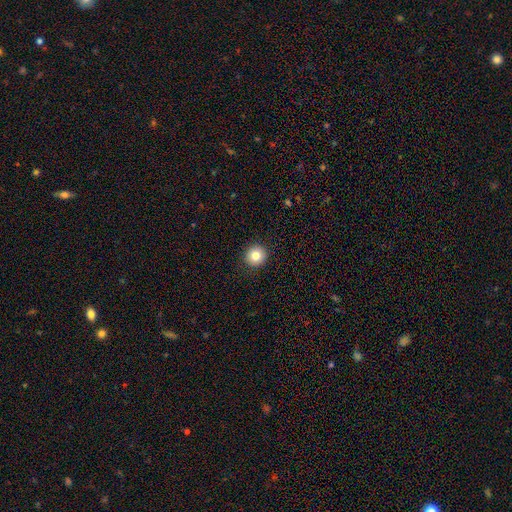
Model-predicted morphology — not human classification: A smooth galaxy with no disk features (82%) that is round (94%).

Vote fractions:
- Smooth or featured? smooth: 82% / star or artifact: 10% / featured or disk: 8%
- How rounded? round: 94% / in between: 5% / cigar-shaped: 1%
- Merging? none: 92% / minor disturbance: 5% / major disturbance: 2% / merger: 1%